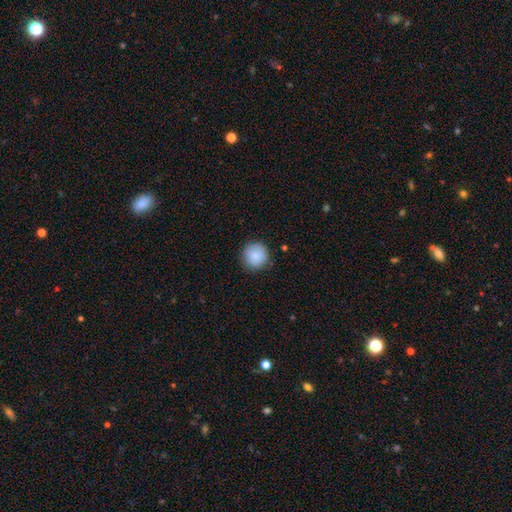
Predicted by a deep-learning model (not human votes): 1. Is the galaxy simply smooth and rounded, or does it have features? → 88% smooth, 7% star or artifact, 5% featured or disk.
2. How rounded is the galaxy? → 95% round, 4% in between, 1% cigar-shaped.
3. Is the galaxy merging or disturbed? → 88% none, 9% minor disturbance, 2% major disturbance, 1% merger.